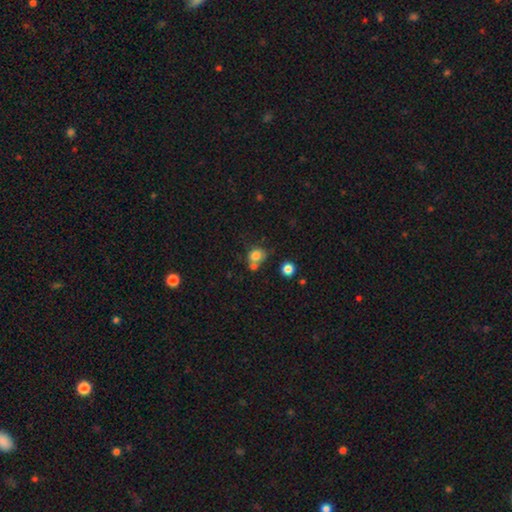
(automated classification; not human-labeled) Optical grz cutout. It shows a smooth galaxy with no disk features (78%) that is round (74%). Merging: none (48%).